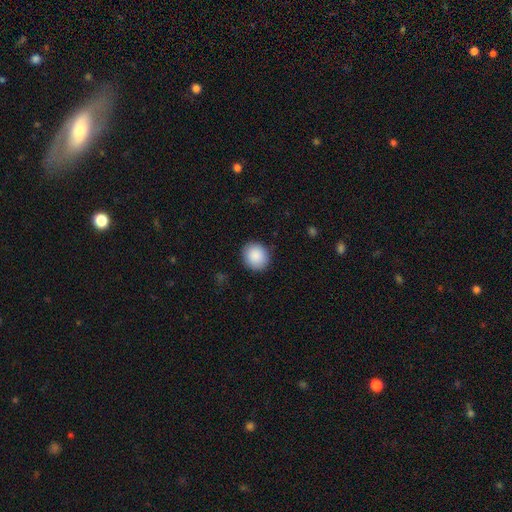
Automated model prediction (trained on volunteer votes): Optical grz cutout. It shows a smooth galaxy with no disk features (89%) that is round (86%). Merging: none (90%).